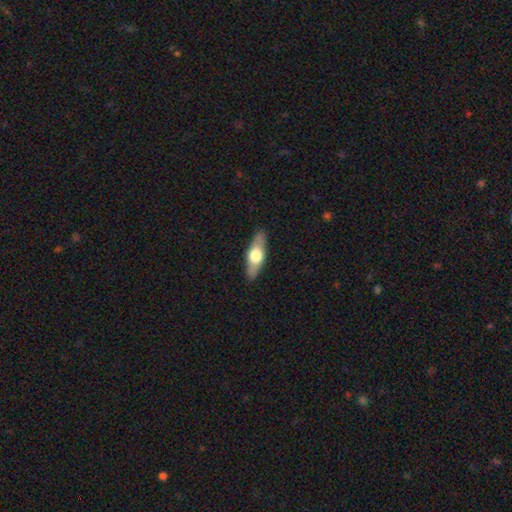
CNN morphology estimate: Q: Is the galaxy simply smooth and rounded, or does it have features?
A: smooth — 48%.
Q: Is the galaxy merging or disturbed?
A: none — 88%.